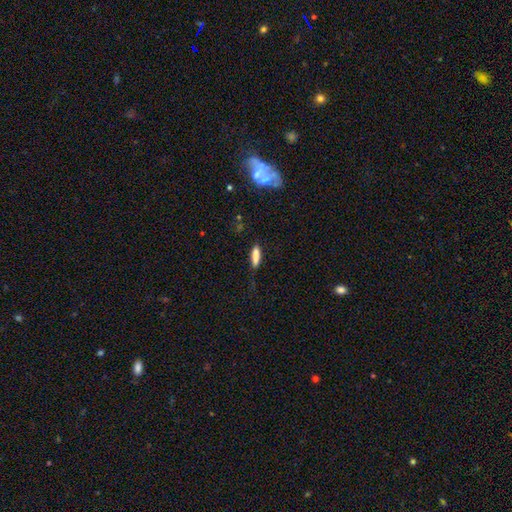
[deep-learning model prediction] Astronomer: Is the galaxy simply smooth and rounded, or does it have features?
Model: smooth — 81%.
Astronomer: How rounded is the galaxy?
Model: cigar-shaped — 68%.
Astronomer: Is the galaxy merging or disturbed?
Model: none — 76%.